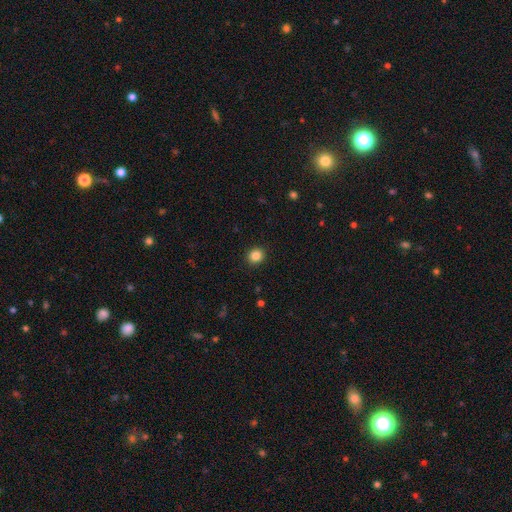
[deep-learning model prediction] This appears to be a smooth galaxy with no disk features (85%) that is round (85%). Merging: none (92%).